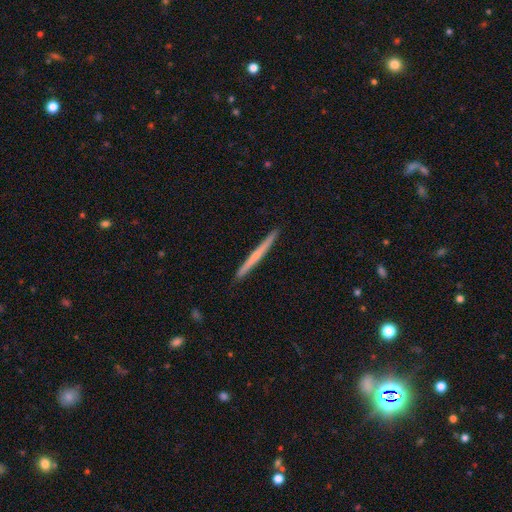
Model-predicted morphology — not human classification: featured or disk 55%, smooth 40%, star or artifact 6%. Down the decision tree: edge-on disk — yes (98%); edge-on bulge — none (65%); merging — none (93%).